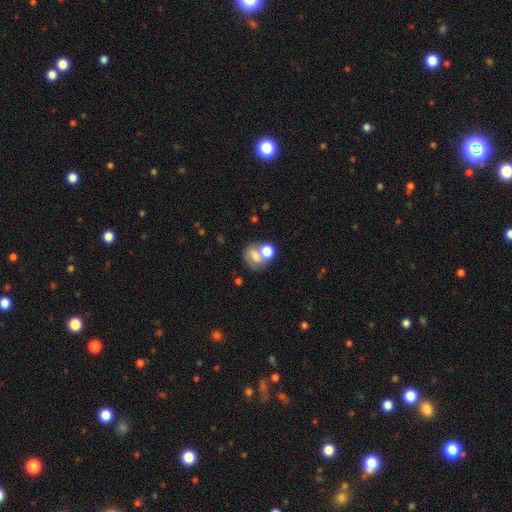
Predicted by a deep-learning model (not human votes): A smooth galaxy with no disk features (62%) that is round (49%, tied with in between). Merging: merger (49%).